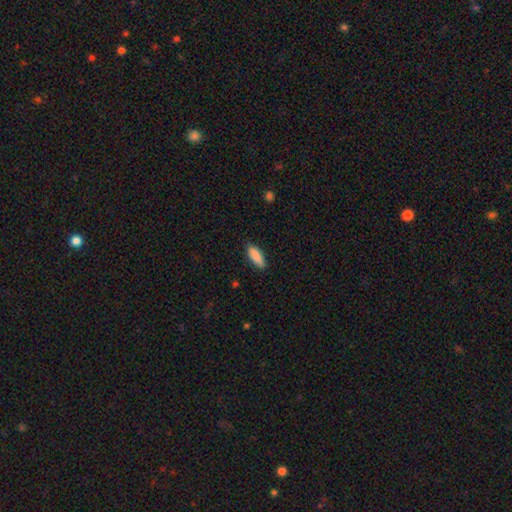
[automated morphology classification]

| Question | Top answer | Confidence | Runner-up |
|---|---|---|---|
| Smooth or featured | smooth | 89% | star or artifact (6%) |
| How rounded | in between | 67% | cigar-shaped (32%) |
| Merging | none | 86% | minor disturbance (11%) |